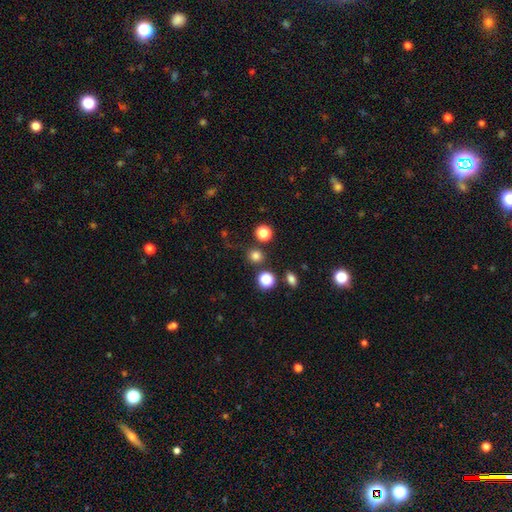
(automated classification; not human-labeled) A smooth galaxy with no disk features (77%) that is round (91%).

Vote fractions:
- Smooth or featured? smooth: 77% / star or artifact: 18% / featured or disk: 5%
- How rounded? round: 91% / in between: 8% / cigar-shaped: 1%
- Merging? none: 81% / minor disturbance: 8% / merger: 8% / major disturbance: 4%